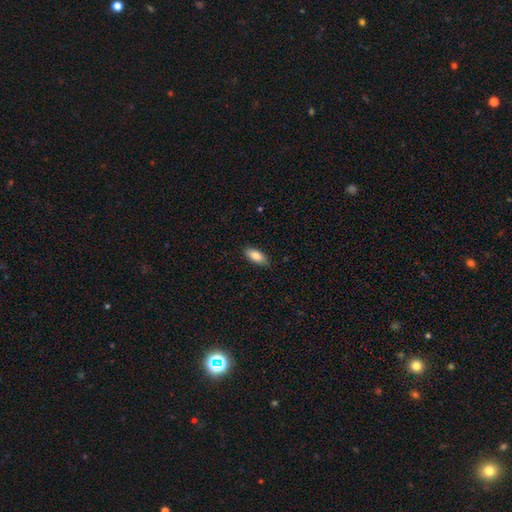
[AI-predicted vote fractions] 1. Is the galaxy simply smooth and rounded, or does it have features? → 83% smooth, 10% featured or disk, 6% star or artifact.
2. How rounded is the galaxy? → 83% in between, 15% cigar-shaped, 2% round.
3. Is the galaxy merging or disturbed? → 85% none, 12% minor disturbance, 2% major disturbance, 1% merger.